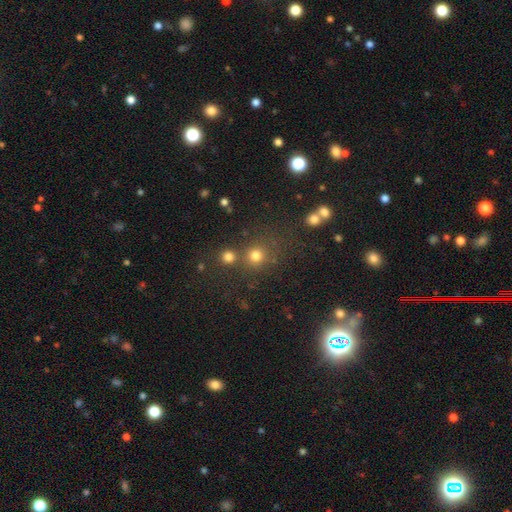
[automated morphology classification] A smooth galaxy with no disk features (75%) that is round (87%). Merging: none (65%).